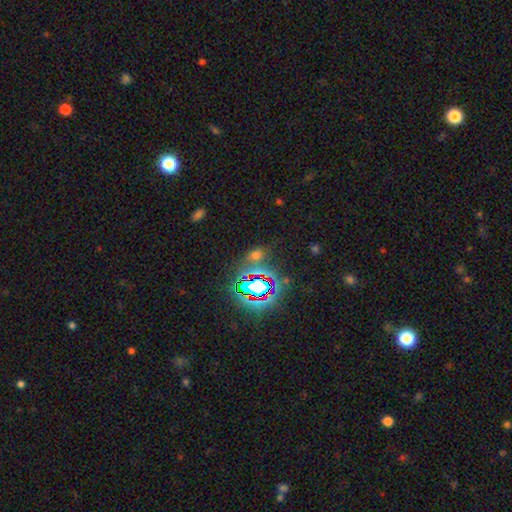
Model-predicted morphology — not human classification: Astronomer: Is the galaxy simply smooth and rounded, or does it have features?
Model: star or artifact — 51% (runner-up: smooth, 39%).